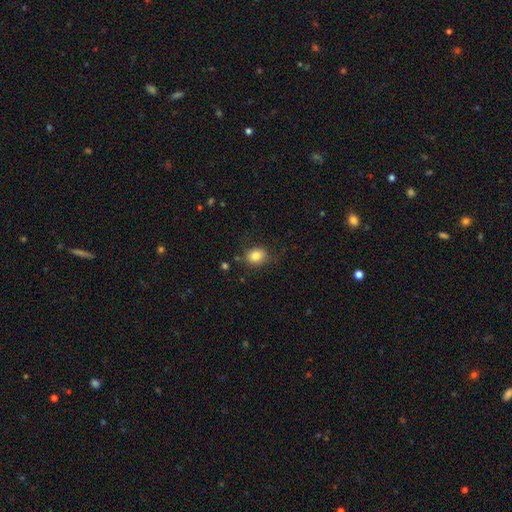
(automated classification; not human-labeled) Smooth or featured: smooth — 83% (star or artifact — 10%)
How rounded: round — 51% (in between — 48%)
Merging: none — 75% (minor disturbance — 17%)